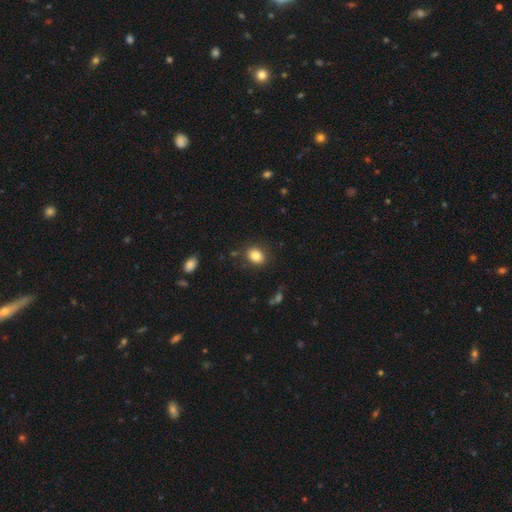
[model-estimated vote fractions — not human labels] Smooth or featured? smooth (84%)
How rounded? in between (54%)
Merging? none (85%)